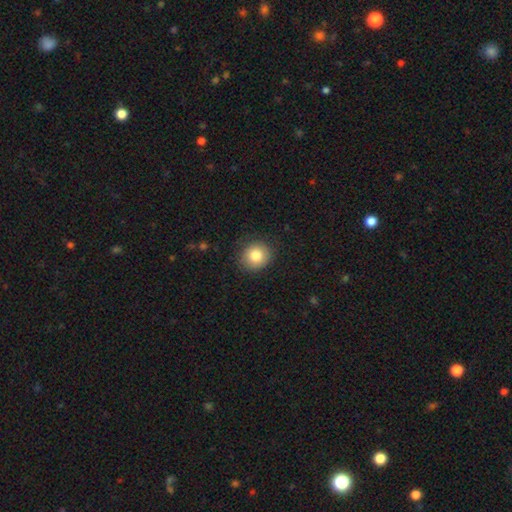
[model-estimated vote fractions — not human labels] smooth 82%, featured or disk 9%, star or artifact 9%. Down the decision tree: how rounded — round (83%); merging — none (86%).